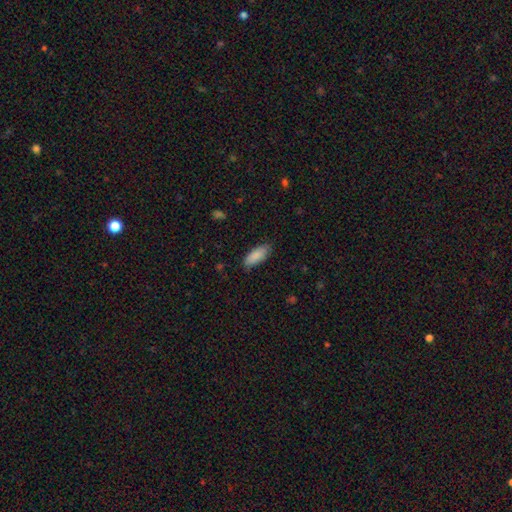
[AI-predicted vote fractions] smooth 89%, star or artifact 6%, featured or disk 5%. Down the decision tree: how rounded — in between (82%); merging — none (83%).